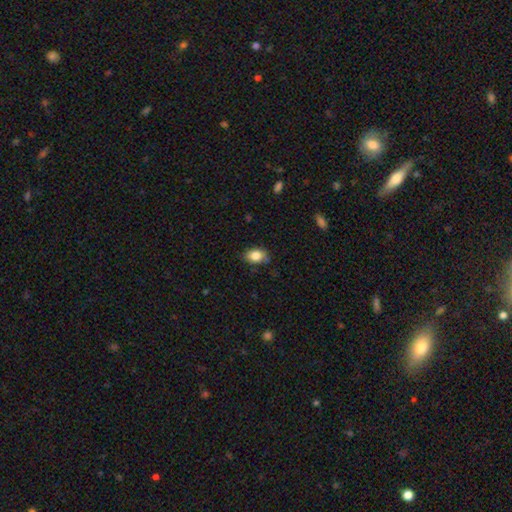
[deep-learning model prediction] Smooth or featured? smooth (83%)
How rounded? in between (77%)
Merging? none (75%)